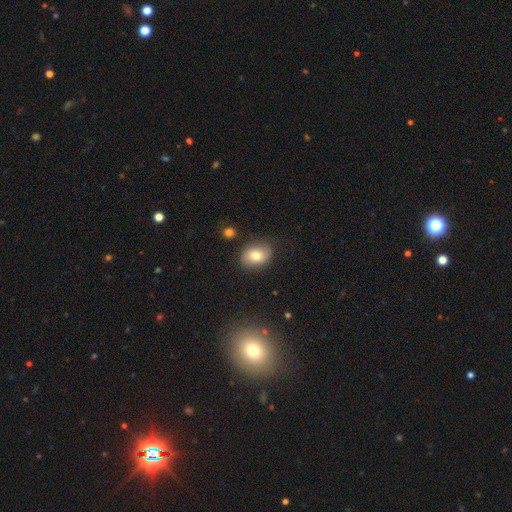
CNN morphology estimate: smooth-or-featured: smooth: 76% | featured or disk: 15% | star or artifact: 9%
  how-rounded: in between: 65% | round: 33% | cigar-shaped: 1%
  merging: none: 80% | minor disturbance: 14% | major disturbance: 3% | merger: 2%